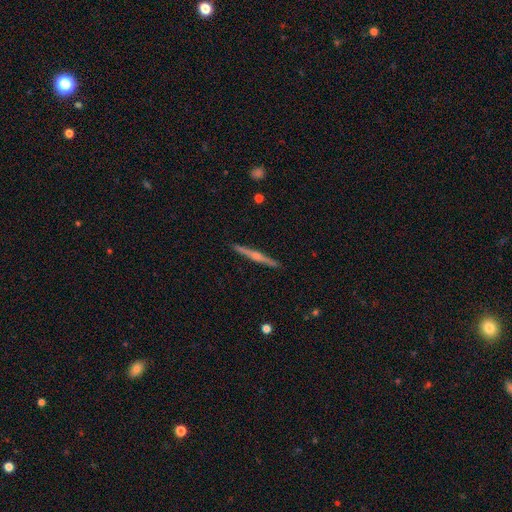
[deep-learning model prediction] Q: Smooth or featured?
A: featured or disk (76%); runner-up: smooth (19%)
Q: Edge-on disk?
A: yes (98%); runner-up: no (2%)
Q: Edge-on bulge?
A: rounded (84%); runner-up: none (10%)
Q: Merging?
A: none (92%); runner-up: minor disturbance (6%)